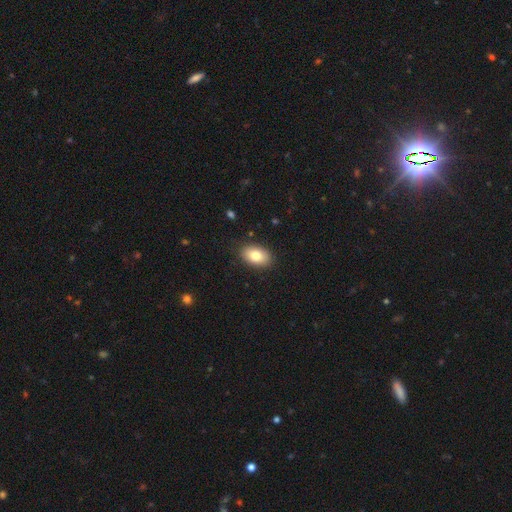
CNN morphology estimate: smooth 81%, featured or disk 12%, star or artifact 8%. Down the decision tree: how rounded — in between (90%); merging — none (88%).